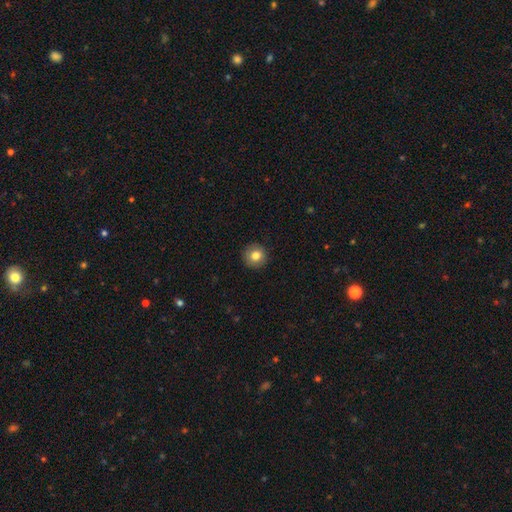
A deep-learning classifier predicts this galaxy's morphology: Smooth or featured? smooth (81%)
How rounded? round (95%)
Merging? none (91%)